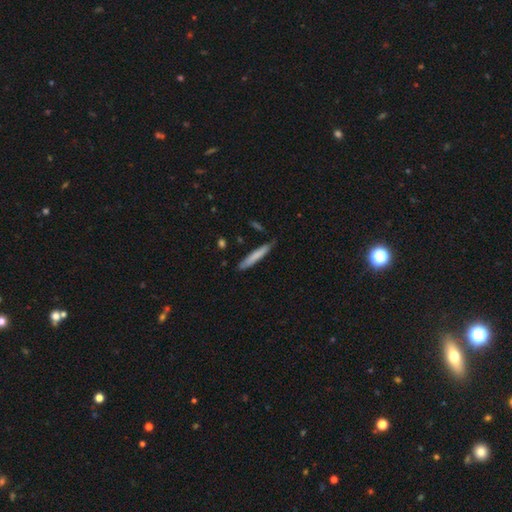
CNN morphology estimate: This is likely a smooth galaxy (76%). How rounded: clearly cigar-shaped (94%). Merging: clearly none (81%).